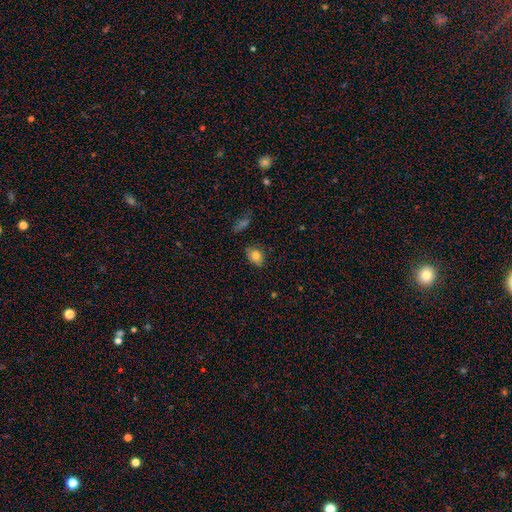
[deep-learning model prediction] Q: Smooth or featured?
A: smooth (81%); runner-up: star or artifact (10%)
Q: How rounded?
A: in between (62%); runner-up: round (36%)
Q: Merging?
A: none (77%); runner-up: minor disturbance (18%)